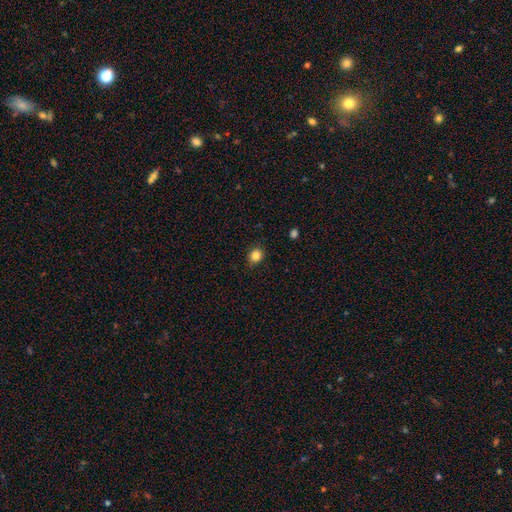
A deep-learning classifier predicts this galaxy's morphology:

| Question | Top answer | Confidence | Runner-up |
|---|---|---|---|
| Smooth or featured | smooth | 84% | star or artifact (11%) |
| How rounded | round | 65% | in between (34%) |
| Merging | none | 86% | minor disturbance (11%) |